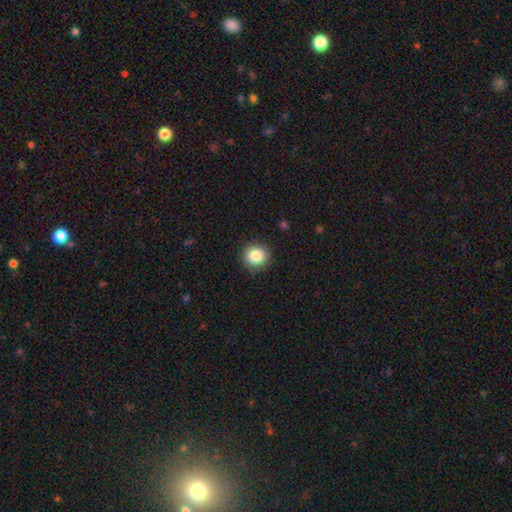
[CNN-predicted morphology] smooth-or-featured: smooth: 86% | star or artifact: 9% | featured or disk: 5%
  how-rounded: round: 92% | in between: 7% | cigar-shaped: 1%
  merging: none: 90% | minor disturbance: 7% | major disturbance: 2% | merger: 1%